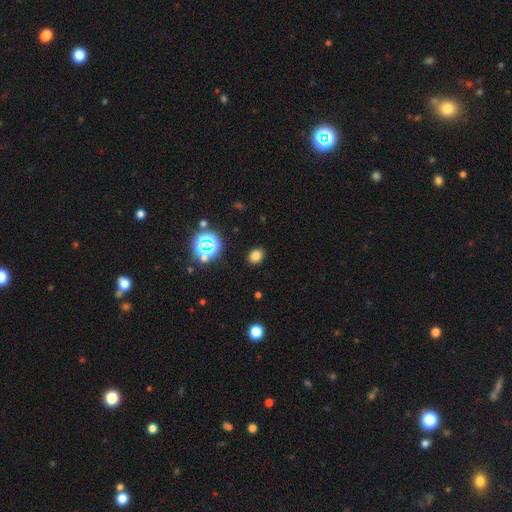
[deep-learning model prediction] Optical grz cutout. It shows a smooth galaxy with no disk features (75%) that is round (53%). Merging: none (88%).